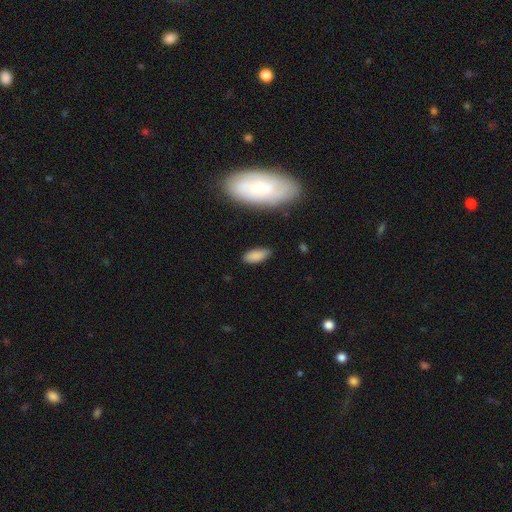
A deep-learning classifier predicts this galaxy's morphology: A smooth galaxy with no disk features (84%) that is in between round and cigar-shaped (84%). Merging: none (81%).